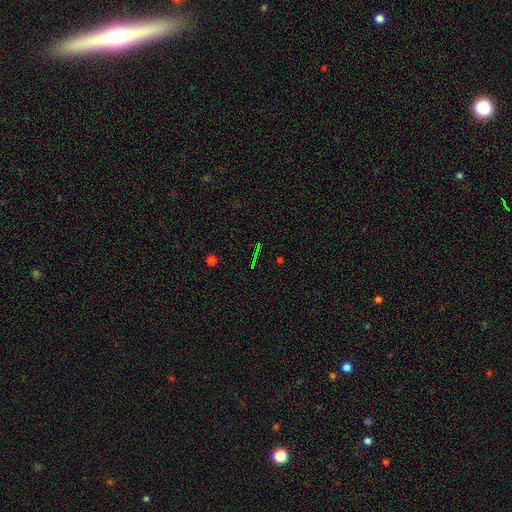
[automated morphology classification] This appears to be a star or artifact, not a galaxy (74%).